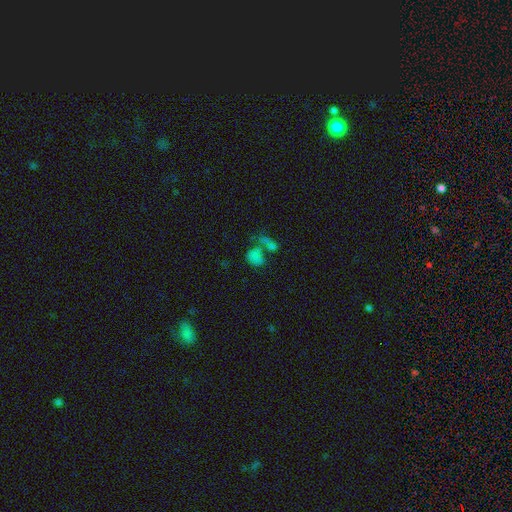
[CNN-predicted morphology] smooth-or-featured: smooth: 66% | star or artifact: 20% | featured or disk: 14%
  how-rounded: in between: 59% | round: 38% | cigar-shaped: 3%
  merging: merger: 51% | none: 27% | major disturbance: 12% | minor disturbance: 10%